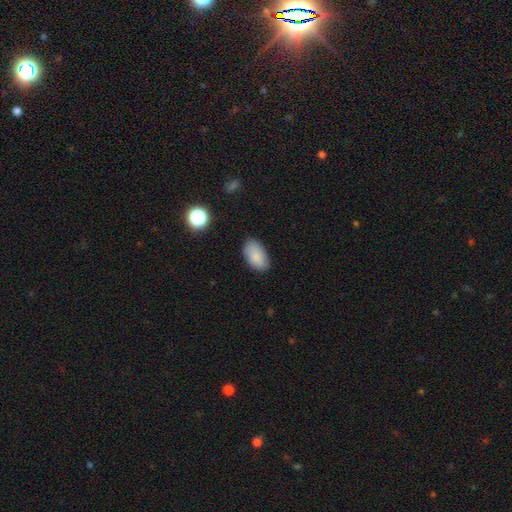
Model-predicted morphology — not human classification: This is clearly a smooth galaxy (87%). How rounded: clearly in between (94%). Merging: clearly none (84%).